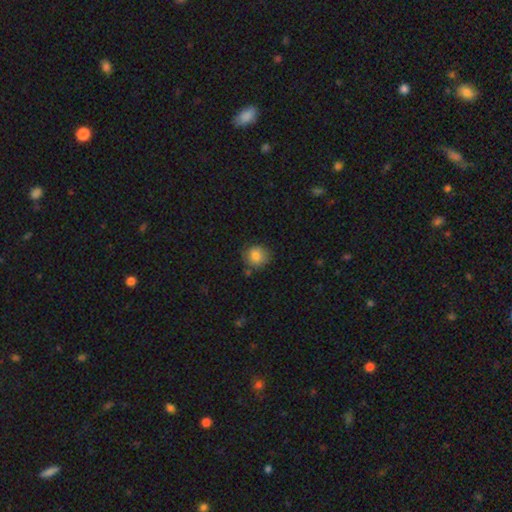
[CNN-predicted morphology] smooth-or-featured: smooth: 82% | featured or disk: 9% | star or artifact: 9%
  how-rounded: round: 84% | in between: 15% | cigar-shaped: 1%
  merging: none: 75% | minor disturbance: 17% | merger: 4% | major disturbance: 4%